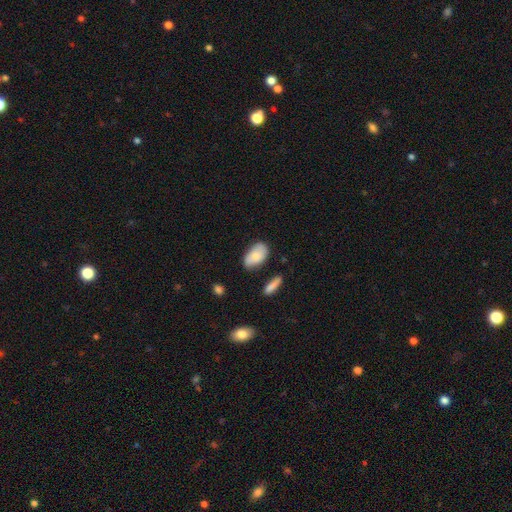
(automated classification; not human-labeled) smooth 78%, featured or disk 16%, star or artifact 6%. Down the decision tree: how rounded — in between (94%); merging — none (66%).